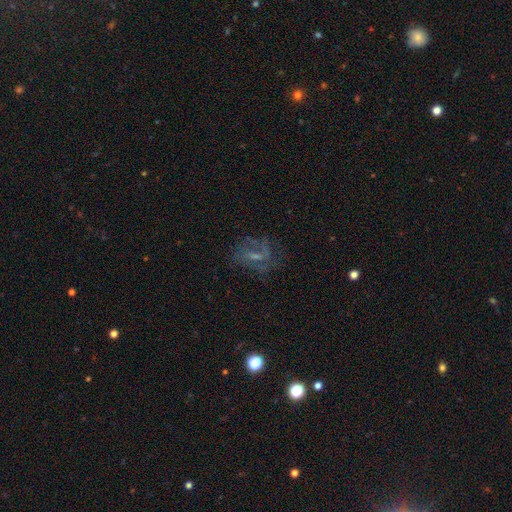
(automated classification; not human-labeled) featured or disk 64%, smooth 21%, star or artifact 15%. Down the decision tree: edge-on disk — no (96%); bar — weak (50%); spiral arms — yes (71%); bulge size — small (51%); merging — none (59%).